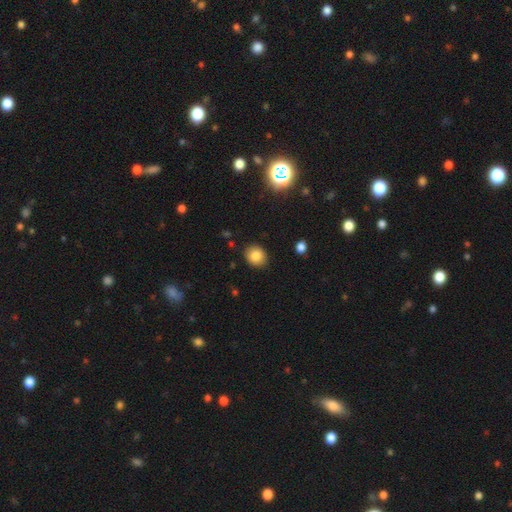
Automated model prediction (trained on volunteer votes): Smooth or featured?
  - smooth: 83% *
  - star or artifact: 10%
  - featured or disk: 7%
How rounded?
  - round: 70% *
  - in between: 29%
  - cigar-shaped: 1%
Merging?
  - none: 89% *
  - minor disturbance: 8%
  - major disturbance: 2%
  - merger: 1%